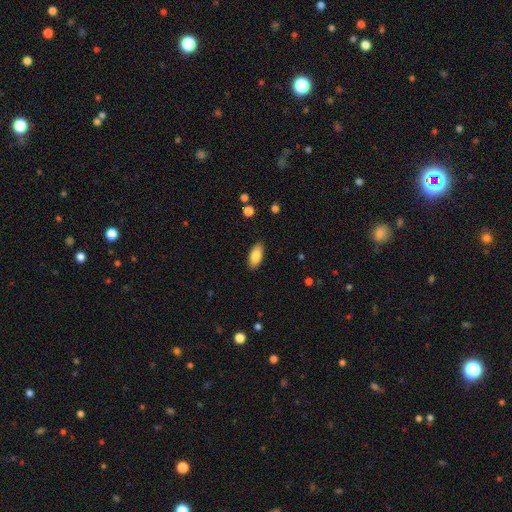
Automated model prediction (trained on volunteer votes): smooth 87%, featured or disk 6%, star or artifact 6%. Down the decision tree: how rounded — in between (89%); merging — none (88%).